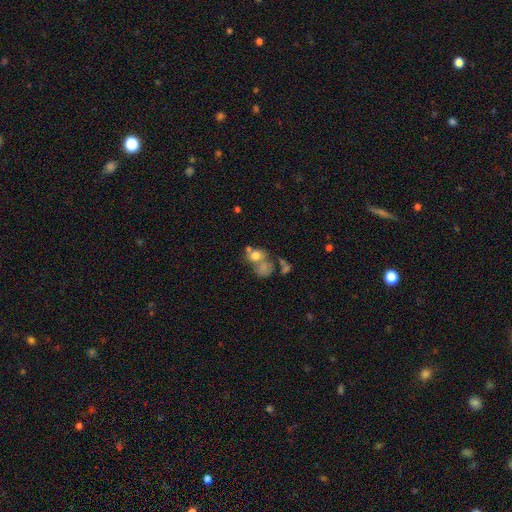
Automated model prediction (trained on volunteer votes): smooth 64%, featured or disk 24%, star or artifact 12%. Down the decision tree: how rounded — round (54%); merging — merger (49%).